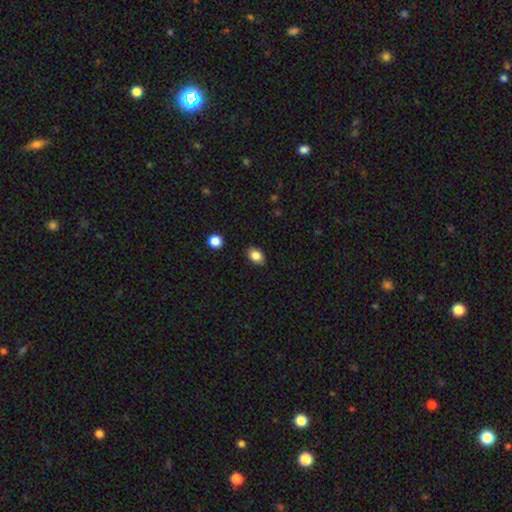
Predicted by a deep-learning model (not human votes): The model was most divided on "how rounded": in between: 79%, round: 20%, cigar-shaped: 1%. More confident: merging — none (88%); smooth or featured — smooth (86%).